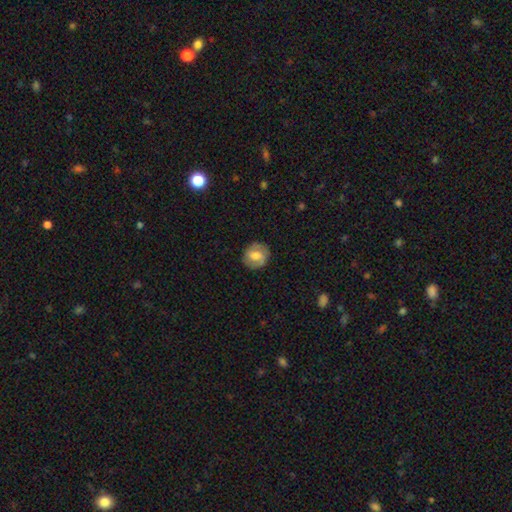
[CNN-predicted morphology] Q: Smooth or featured?
A: featured or disk (47%); runner-up: smooth (46%)
Q: Merging?
A: none (83%); runner-up: minor disturbance (12%)